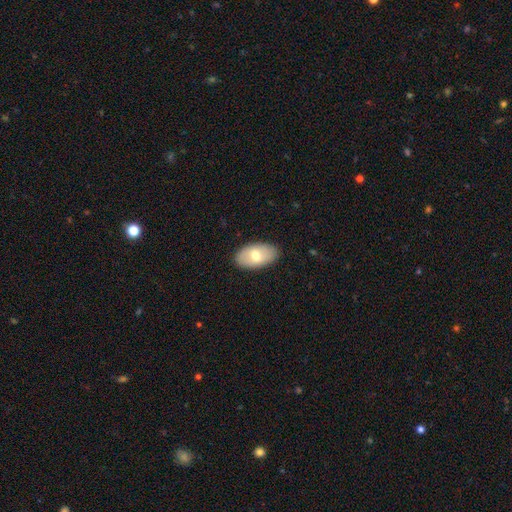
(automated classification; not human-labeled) Q: Smooth or featured?
A: smooth (68%); runner-up: featured or disk (26%)
Q: How rounded?
A: in between (94%); runner-up: round (4%)
Q: Merging?
A: none (87%); runner-up: minor disturbance (10%)